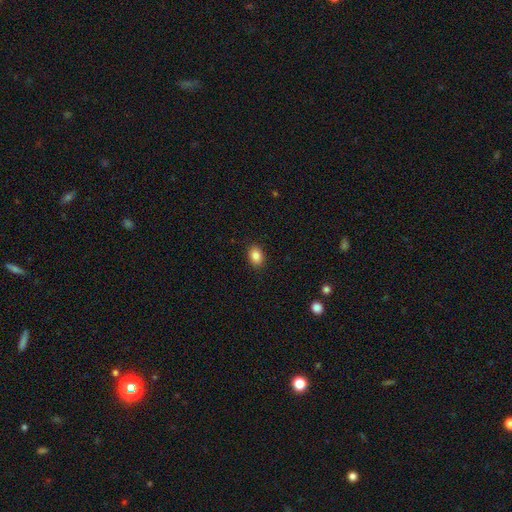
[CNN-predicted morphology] This is clearly a smooth galaxy (86%). How rounded: likely in between (73%). Merging: clearly none (89%).